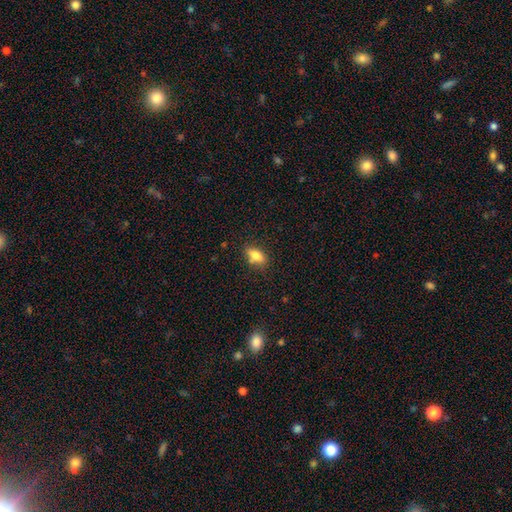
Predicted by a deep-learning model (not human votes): A smooth galaxy with no disk features (77%) that is in between round and cigar-shaped (83%).

Vote fractions:
- Smooth or featured? smooth: 77% / featured or disk: 14% / star or artifact: 9%
- How rounded? in between: 83% / cigar-shaped: 9% / round: 8%
- Merging? none: 71% / minor disturbance: 17% / merger: 8% / major disturbance: 4%